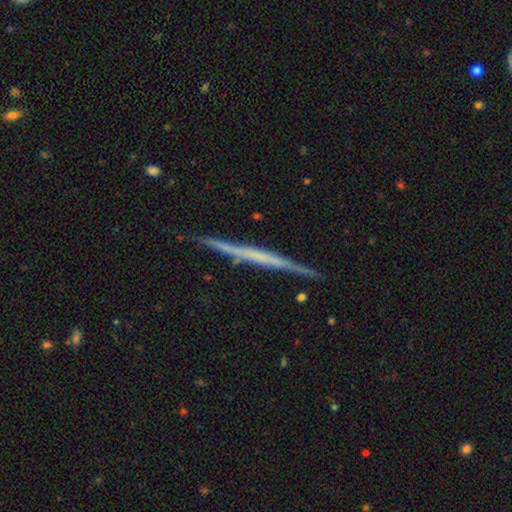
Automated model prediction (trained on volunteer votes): Morphology: type=featured or disk (67%); edge-on=yes (98%); edge-on bulge=none (84%); merging=none (90%).